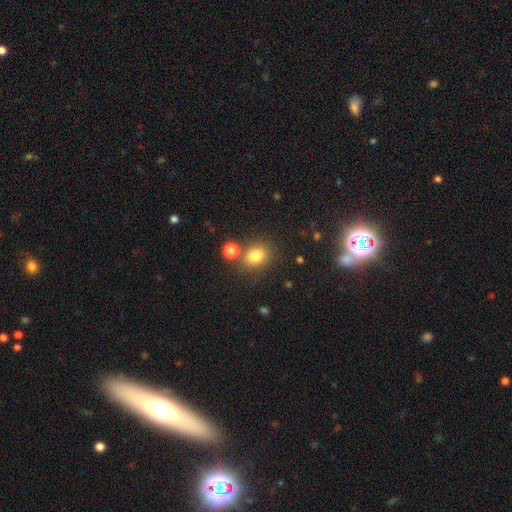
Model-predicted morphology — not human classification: type=smooth (80%); roundness=round (51%); merging=none (70%).